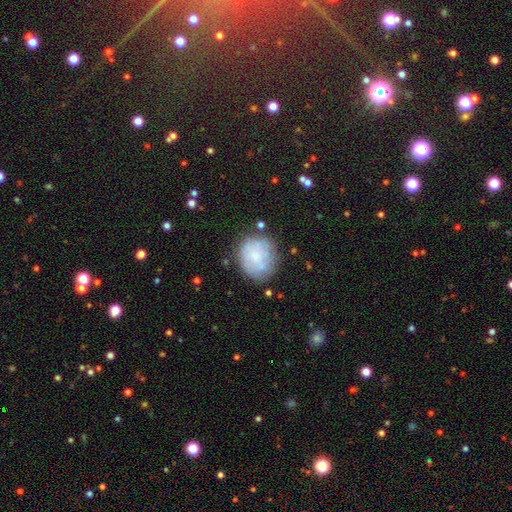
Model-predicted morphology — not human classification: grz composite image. It shows a smooth galaxy with no disk features (58%) that is round (77%). Merging: none (65%).